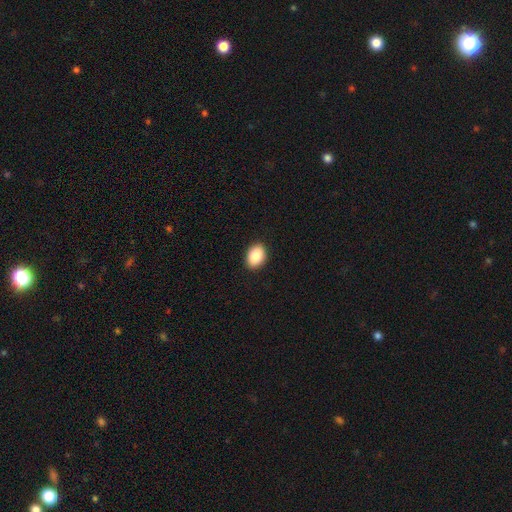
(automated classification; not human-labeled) This appears to be a smooth galaxy with no disk features (89%) that is in between round and cigar-shaped (82%). Merging: none (91%).